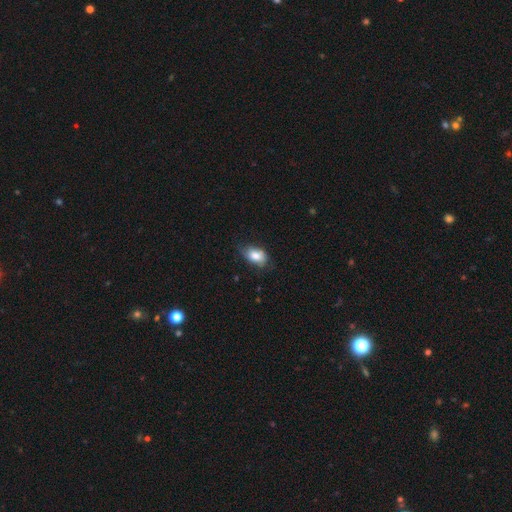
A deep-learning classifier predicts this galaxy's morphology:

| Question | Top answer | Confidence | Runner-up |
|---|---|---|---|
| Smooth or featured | smooth | 81% | featured or disk (12%) |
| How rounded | in between | 86% | round (12%) |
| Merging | none | 61% | minor disturbance (30%) |